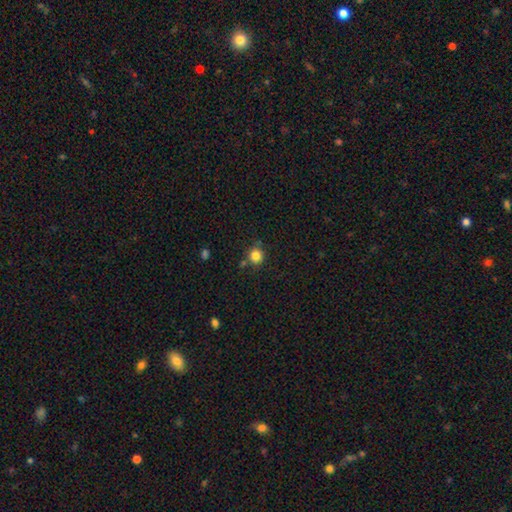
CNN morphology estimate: Smooth or featured: smooth — 83% (star or artifact — 12%)
How rounded: round — 90% (in between — 9%)
Merging: none — 78% (minor disturbance — 11%)